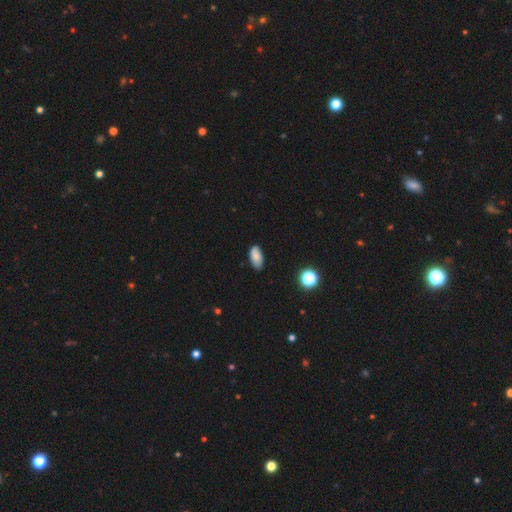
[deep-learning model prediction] Smooth or featured? smooth (82%)
How rounded? in between (93%)
Merging? none (78%)